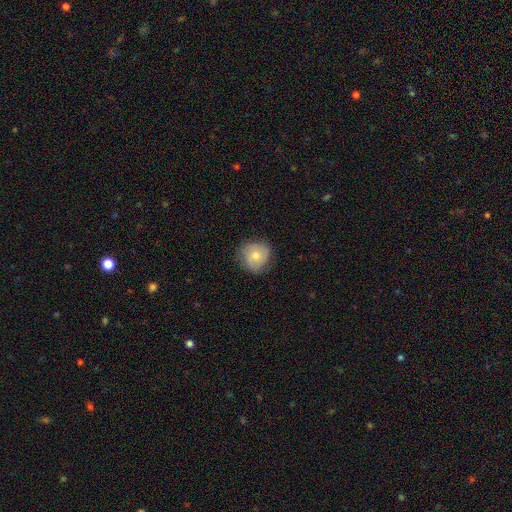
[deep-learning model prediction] Smooth or featured? smooth (64%)
How rounded? round (86%)
Merging? none (74%)